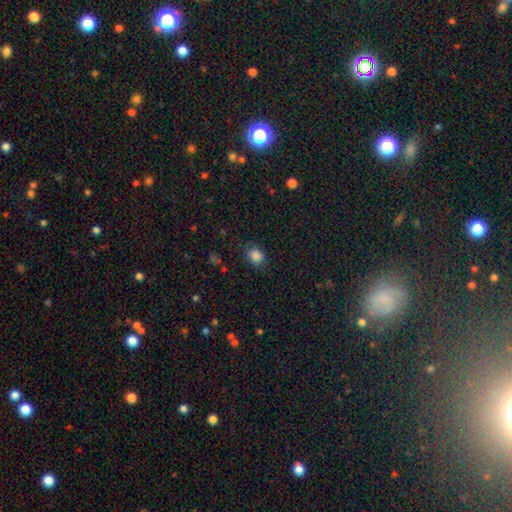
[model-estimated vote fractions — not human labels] smooth 85%, star or artifact 11%, featured or disk 4%. Down the decision tree: how rounded — round (56%); merging — none (77%).